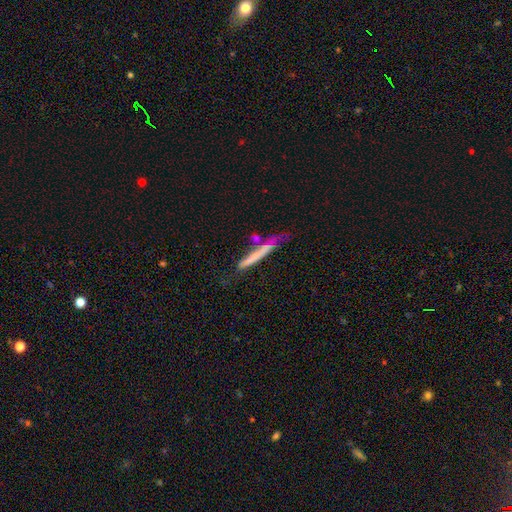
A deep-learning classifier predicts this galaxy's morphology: Smooth or featured? Predicted: smooth (p=0.54). How rounded? Predicted: cigar-shaped (p=0.95). Merging? Predicted: none (p=0.55).